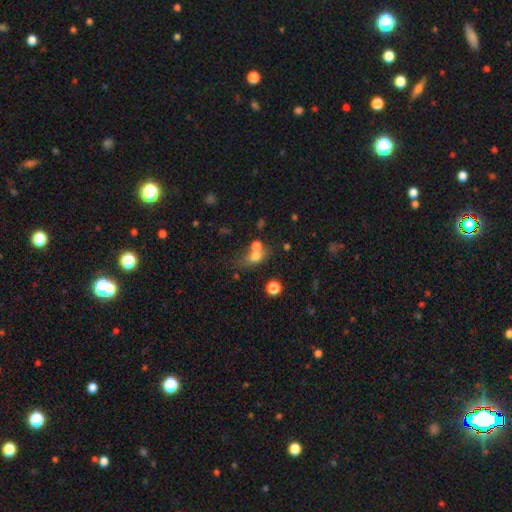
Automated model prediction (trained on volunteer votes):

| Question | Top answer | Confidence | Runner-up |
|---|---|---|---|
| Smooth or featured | smooth | 68% | featured or disk (16%) |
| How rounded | in between | 50% | round (46%) |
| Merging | merger | 40% | none (38%) |